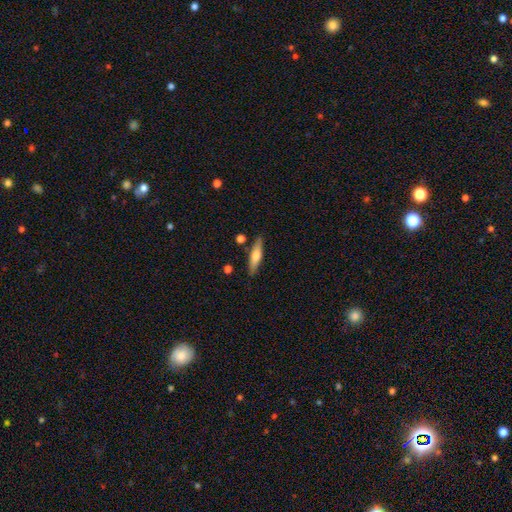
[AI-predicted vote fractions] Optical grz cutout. It shows a smooth galaxy with no disk features (58%) that is cigar-shaped (72%). Merging: none (83%).